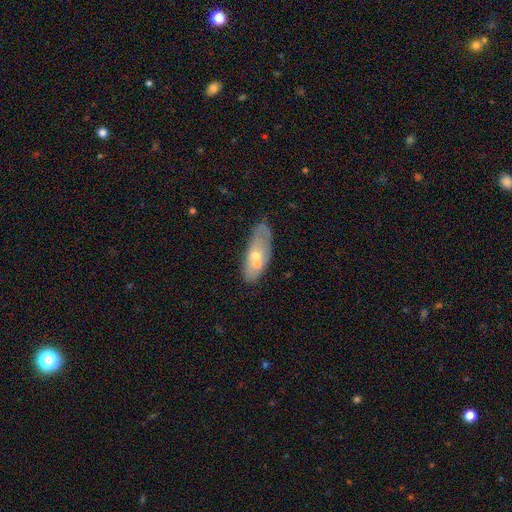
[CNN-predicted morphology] Smooth or featured?
  - featured or disk: 45% * (tied)
  - smooth: 45% * (tied)
  - star or artifact: 10%
Merging?
  - none: 51% *
  - minor disturbance: 20%
  - merger: 19%
  - major disturbance: 9%